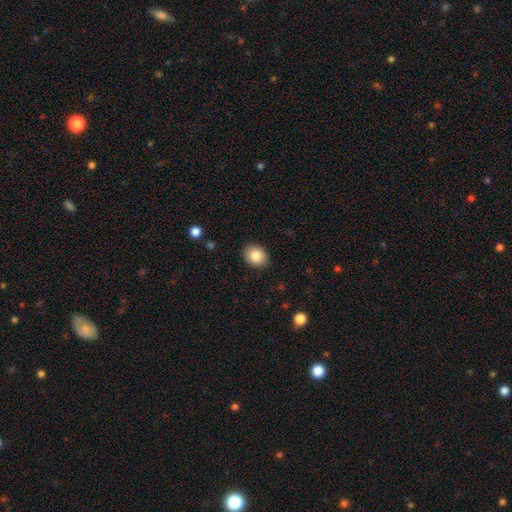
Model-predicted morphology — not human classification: Smooth or featured: smooth — 85% (star or artifact — 8%)
How rounded: round — 55% (in between — 44%)
Merging: none — 89% (minor disturbance — 8%)